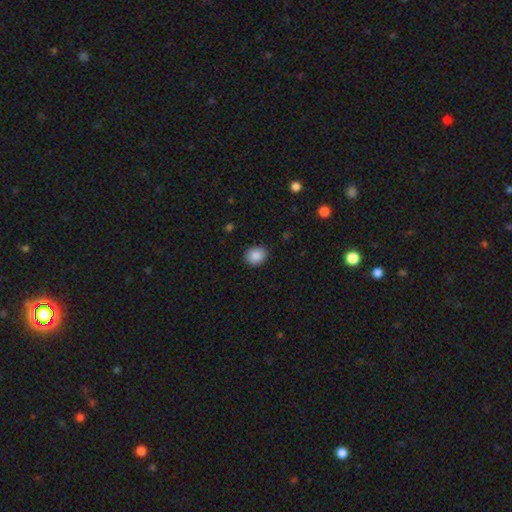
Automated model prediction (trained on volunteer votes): Smooth or featured?
  - smooth: 88% *
  - star or artifact: 8%
  - featured or disk: 4%
How rounded?
  - round: 64% *
  - in between: 35%
  - cigar-shaped: 1%
Merging?
  - none: 89% *
  - minor disturbance: 8%
  - major disturbance: 2%
  - merger: 1%